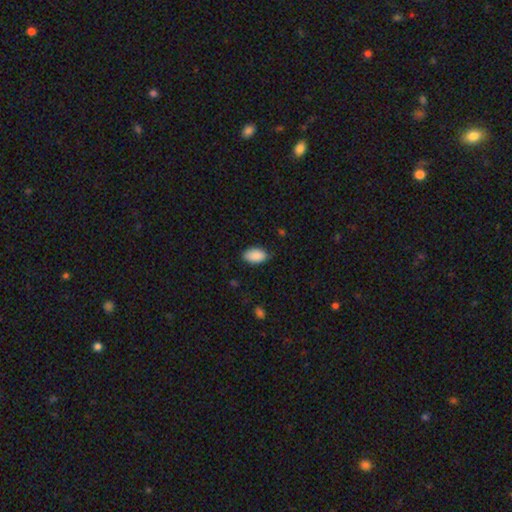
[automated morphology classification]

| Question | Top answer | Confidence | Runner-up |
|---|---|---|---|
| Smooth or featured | smooth | 89% | star or artifact (7%) |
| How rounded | in between | 94% | round (4%) |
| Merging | none | 80% | minor disturbance (16%) |